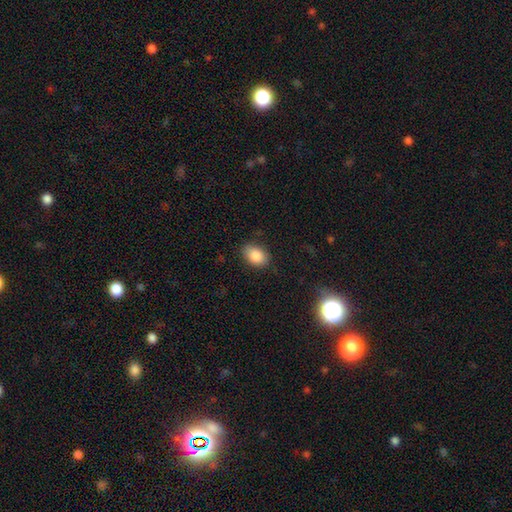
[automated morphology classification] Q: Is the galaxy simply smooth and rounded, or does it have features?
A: smooth — 86%.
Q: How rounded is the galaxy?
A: in between — 77%.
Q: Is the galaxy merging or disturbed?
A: none — 83%.